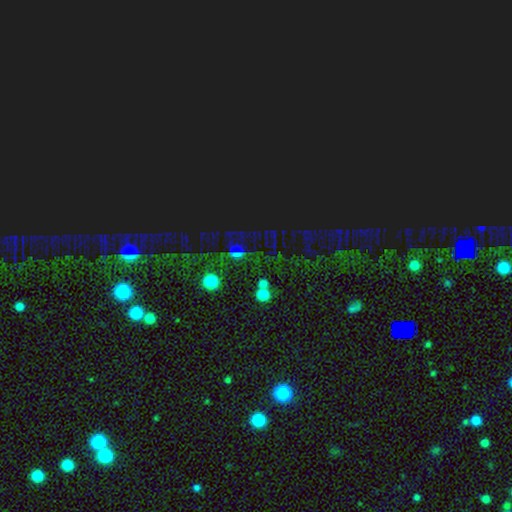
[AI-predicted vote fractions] Overall: star or artifact (76%).